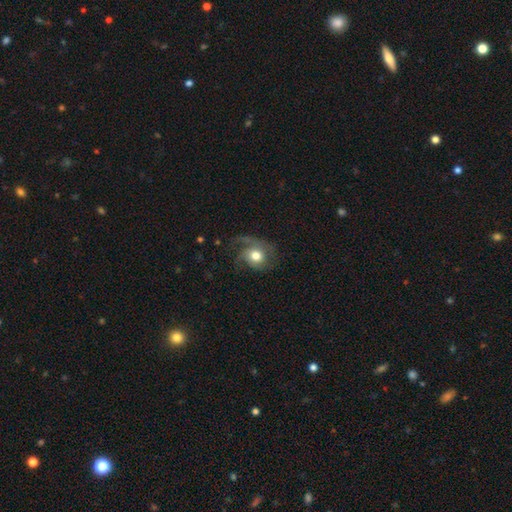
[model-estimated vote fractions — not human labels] Smooth or featured? Predicted: featured or disk (p=0.59). Edge-on disk? Predicted: no (p=0.97). Bar? Predicted: no (p=0.78). Spiral arms? Predicted: yes (p=0.88). Spiral winding? Predicted: medium (p=0.42). Spiral arm count? Predicted: 1 (p=0.30). Bulge size? Predicted: moderate (p=0.60). Merging? Predicted: none (p=0.53).